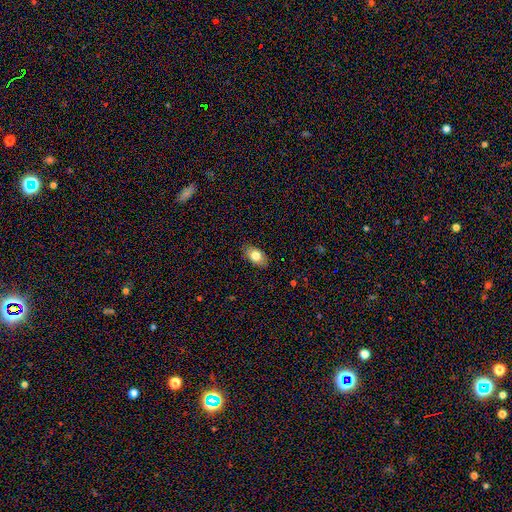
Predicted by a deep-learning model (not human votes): This appears to be a smooth galaxy with no disk features (77%) that is in between round and cigar-shaped (88%). Merging: none (84%).